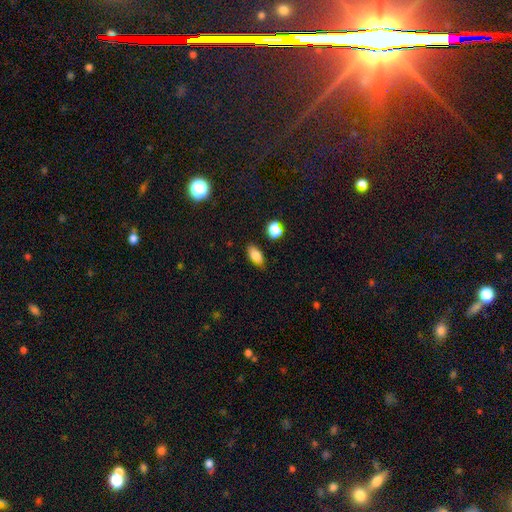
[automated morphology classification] Smooth or featured: smooth — 81% (star or artifact — 10%)
How rounded: in between — 85% (cigar-shaped — 8%)
Merging: none — 78% (minor disturbance — 16%)